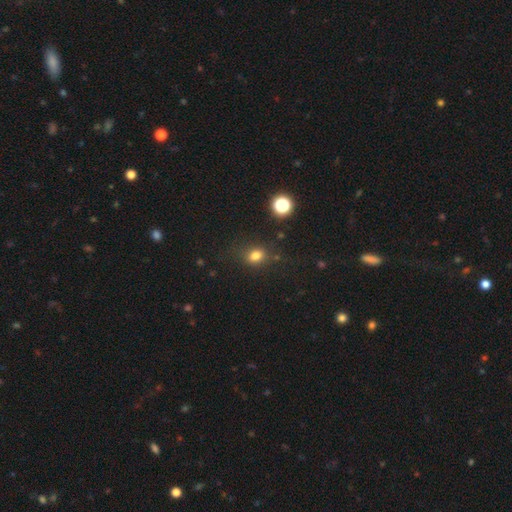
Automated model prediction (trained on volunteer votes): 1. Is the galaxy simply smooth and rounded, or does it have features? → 78% smooth, 15% star or artifact, 7% featured or disk.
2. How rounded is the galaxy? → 50% round, 49% in between, 1% cigar-shaped.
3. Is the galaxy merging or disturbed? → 77% none, 14% minor disturbance, 5% major disturbance, 4% merger.